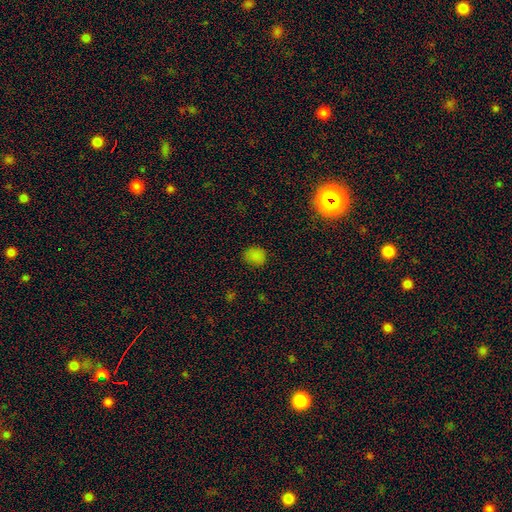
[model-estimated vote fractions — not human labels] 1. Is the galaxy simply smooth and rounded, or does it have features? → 80% smooth, 16% star or artifact, 4% featured or disk.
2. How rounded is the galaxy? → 70% round, 29% in between, 1% cigar-shaped.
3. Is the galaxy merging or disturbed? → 83% none, 13% minor disturbance, 3% major disturbance, 1% merger.